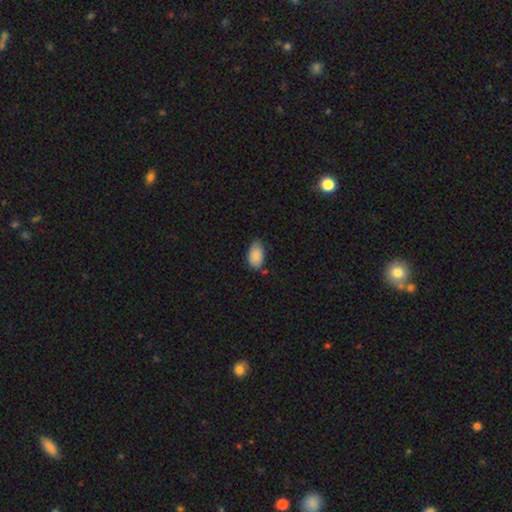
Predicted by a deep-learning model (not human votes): Smooth or featured? Predicted: smooth (p=0.88). How rounded? Predicted: in between (p=0.93). Merging? Predicted: none (p=0.63).